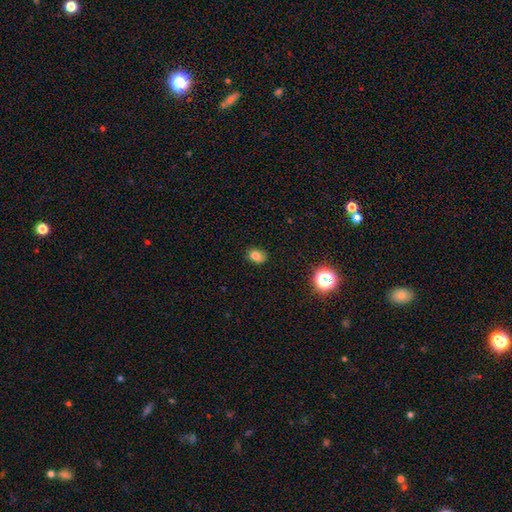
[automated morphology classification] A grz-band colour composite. It shows a smooth galaxy with no disk features (78%) that is in between round and cigar-shaped (62%). Merging: none (81%).